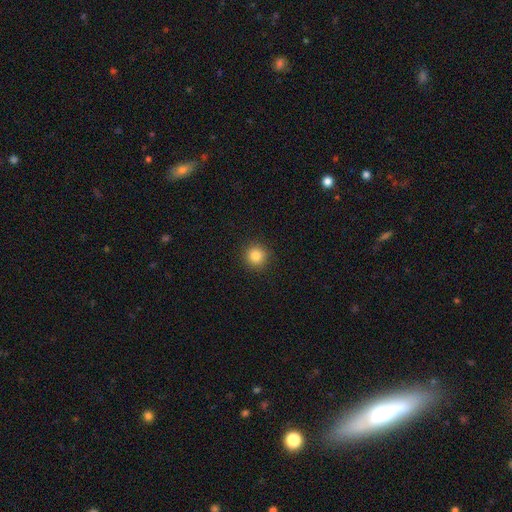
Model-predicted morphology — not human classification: This is clearly a smooth galaxy (84%). How rounded: clearly round (94%). Merging: clearly none (92%).